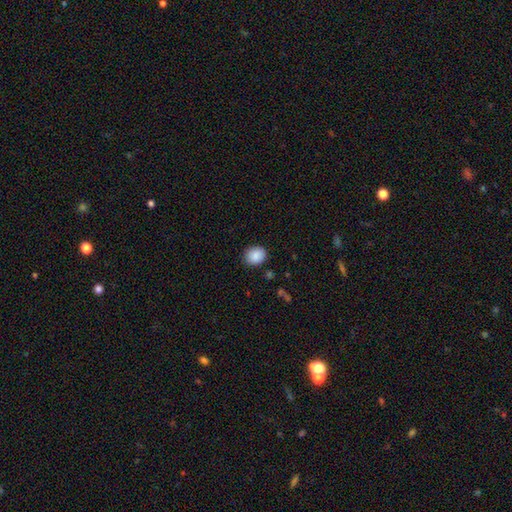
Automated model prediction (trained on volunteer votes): Smooth or featured?
  - smooth: 88% *
  - star or artifact: 8%
  - featured or disk: 4%
How rounded?
  - round: 61% *
  - in between: 38%
  - cigar-shaped: 1%
Merging?
  - none: 86% *
  - minor disturbance: 10%
  - major disturbance: 2%
  - merger: 1%